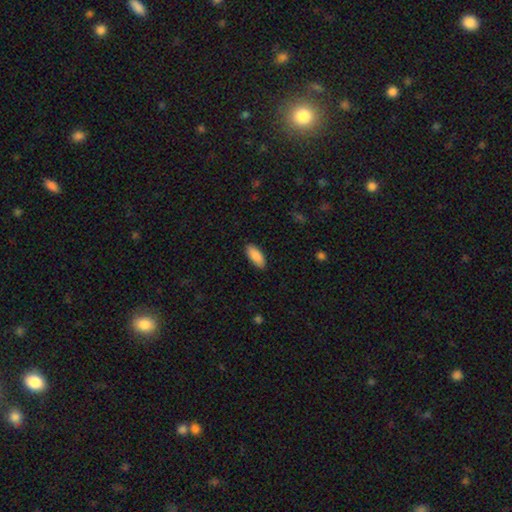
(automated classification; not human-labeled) A smooth galaxy with no disk features (90%) that is in between round and cigar-shaped (83%).

Vote fractions:
- Smooth or featured? smooth: 90% / star or artifact: 6% / featured or disk: 4%
- How rounded? in between: 83% / cigar-shaped: 15% / round: 2%
- Merging? none: 88% / minor disturbance: 10% / major disturbance: 2% / merger: 1%